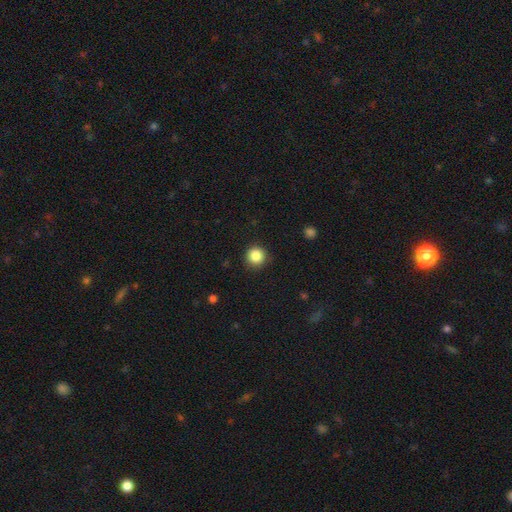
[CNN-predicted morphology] type=smooth (86%); roundness=round (95%); merging=none (90%).